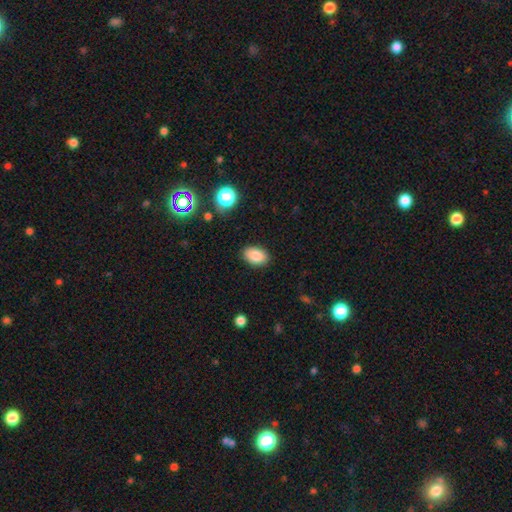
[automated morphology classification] A smooth galaxy with no disk features (86%) that is in between round and cigar-shaped (89%). Merging: none (86%).